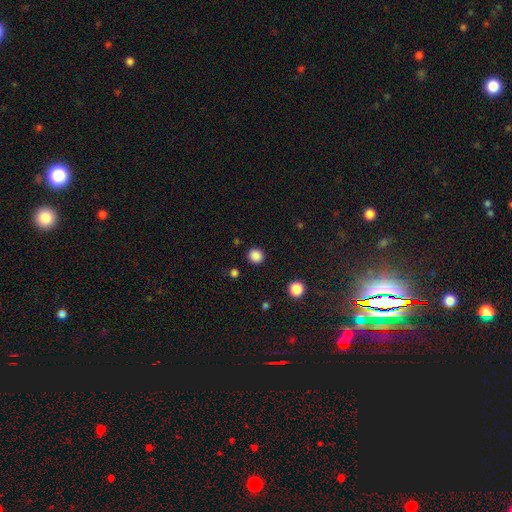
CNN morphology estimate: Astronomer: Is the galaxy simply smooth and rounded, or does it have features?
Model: smooth — 86%.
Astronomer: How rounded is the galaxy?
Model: round — 88%.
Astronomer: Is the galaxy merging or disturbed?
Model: none — 90%.